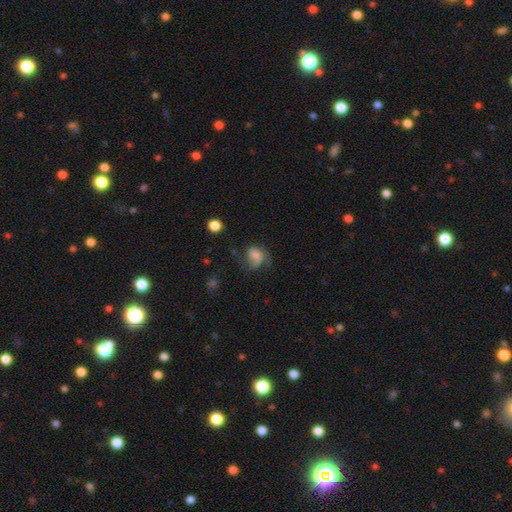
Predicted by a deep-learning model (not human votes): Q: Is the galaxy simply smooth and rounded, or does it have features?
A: smooth — 49%.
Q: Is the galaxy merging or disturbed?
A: major disturbance — 42%.